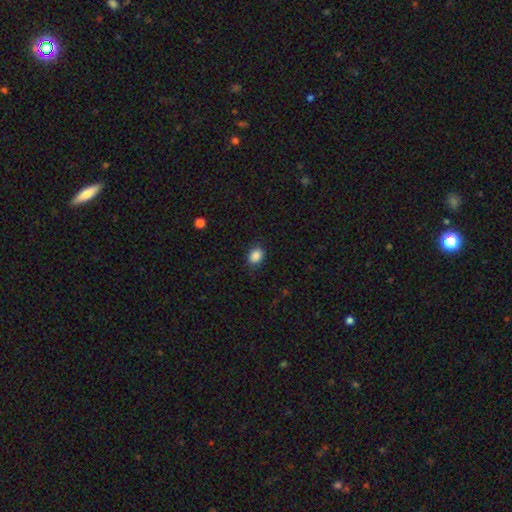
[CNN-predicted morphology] A smooth galaxy with no disk features (88%) that is in between round and cigar-shaped (70%).

Vote fractions:
- Smooth or featured? smooth: 88% / star or artifact: 9% / featured or disk: 3%
- How rounded? in between: 70% / round: 28% / cigar-shaped: 1%
- Merging? none: 84% / minor disturbance: 12% / major disturbance: 3% / merger: 1%